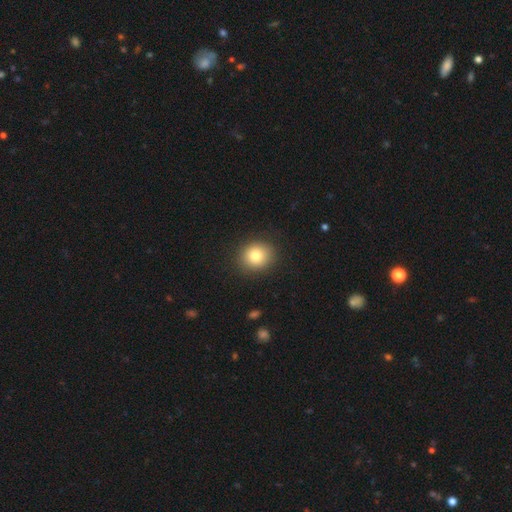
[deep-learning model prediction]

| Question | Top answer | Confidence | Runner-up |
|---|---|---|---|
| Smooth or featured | smooth | 81% | star or artifact (10%) |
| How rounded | round | 82% | in between (18%) |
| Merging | none | 90% | minor disturbance (7%) |